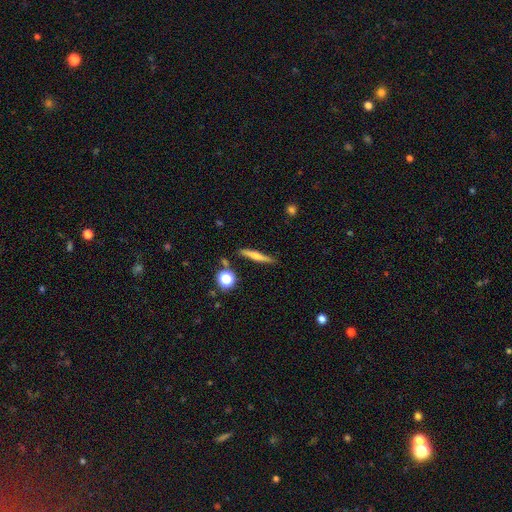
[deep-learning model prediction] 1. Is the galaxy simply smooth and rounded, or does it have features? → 53% smooth, 39% featured or disk, 8% star or artifact.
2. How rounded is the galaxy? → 90% cigar-shaped, 7% in between, 4% round.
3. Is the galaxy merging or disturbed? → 85% none, 10% minor disturbance, 3% merger, 2% major disturbance.